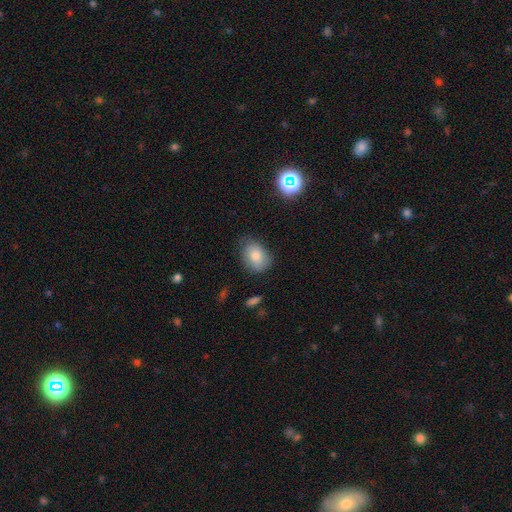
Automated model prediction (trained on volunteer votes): Smooth or featured? smooth (78%)
How rounded? in between (73%)
Merging? none (68%)